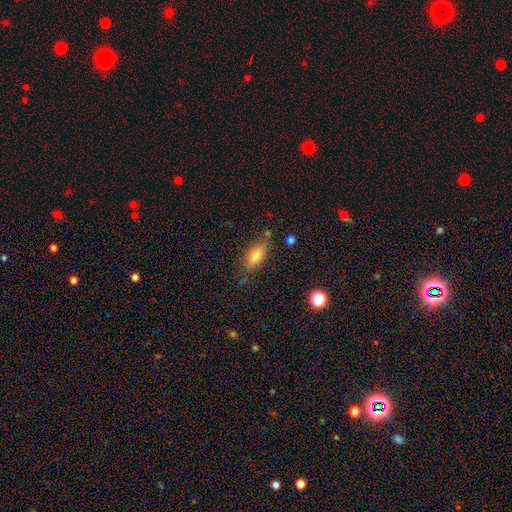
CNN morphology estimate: The model was most divided on "smooth or featured": smooth: 57%, featured or disk: 34%, star or artifact: 9%. More confident: merging — none (75%); how rounded — in between (66%).